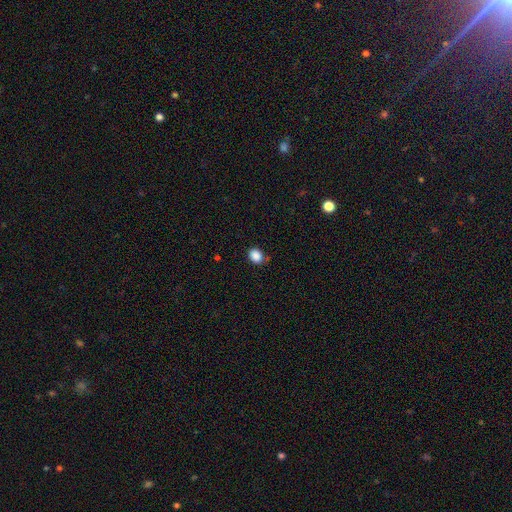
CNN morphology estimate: This is clearly a smooth galaxy (87%). How rounded: possibly in between (50%). Merging: likely none (79%).